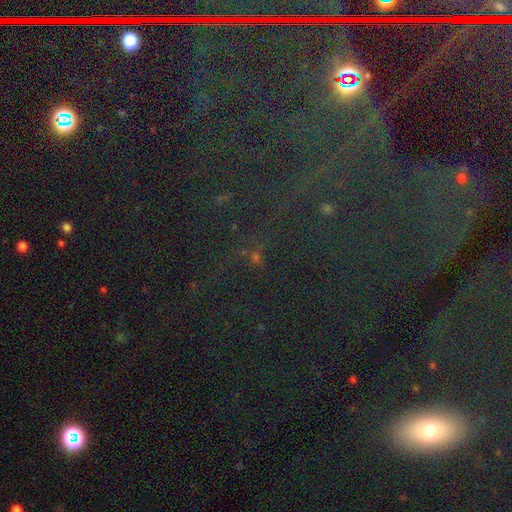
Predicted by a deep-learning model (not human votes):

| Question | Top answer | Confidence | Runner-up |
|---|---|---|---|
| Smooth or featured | star or artifact | 76% | smooth (15%) |